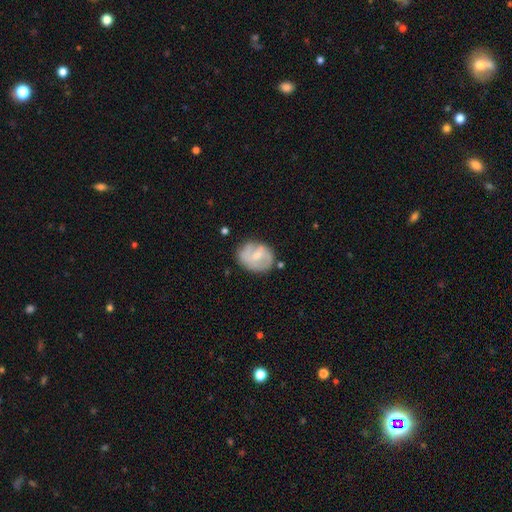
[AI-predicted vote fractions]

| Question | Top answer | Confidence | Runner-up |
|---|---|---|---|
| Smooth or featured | featured or disk | 53% | smooth (40%) |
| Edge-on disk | no | 97% | yes (3%) |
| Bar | weak | 49% | no (37%) |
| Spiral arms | yes | 65% | no (35%) |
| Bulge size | small | 50% | moderate (37%) |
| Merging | none | 62% | minor disturbance (25%) |